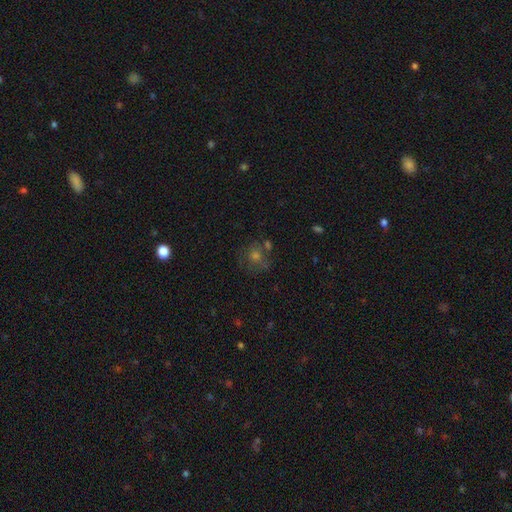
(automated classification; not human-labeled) This appears to be a smooth galaxy with no disk features (48%). Merging: none (65%).